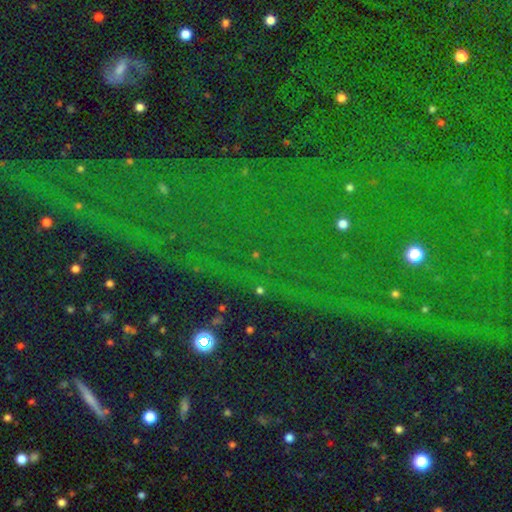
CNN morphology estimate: Q: Smooth or featured?
A: star or artifact (84%); runner-up: smooth (9%)